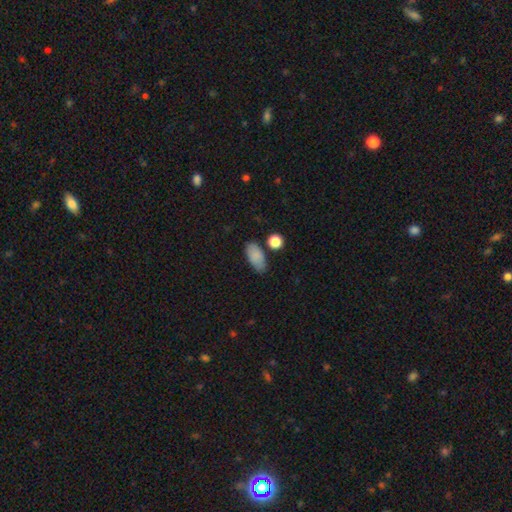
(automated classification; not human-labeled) This appears to be a smooth galaxy with no disk features (86%) that is in between round and cigar-shaped (90%). Merging: none (72%).